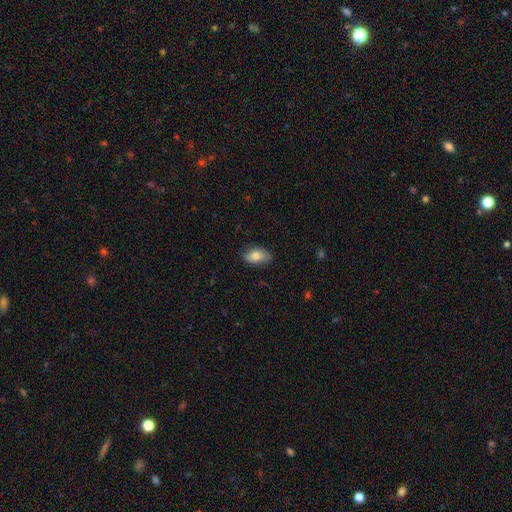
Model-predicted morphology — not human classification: A smooth galaxy with no disk features (81%) that is in between round and cigar-shaped (92%). Merging: none (78%).